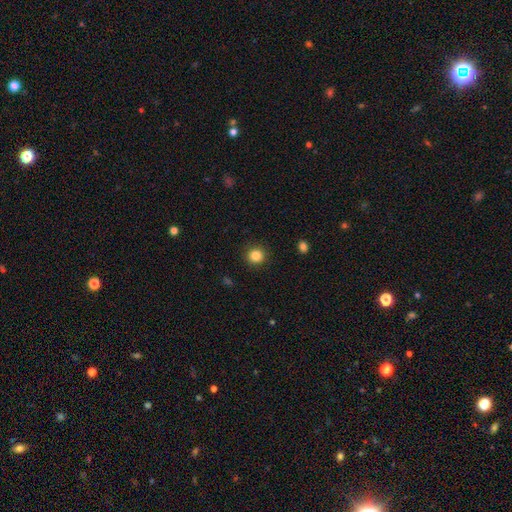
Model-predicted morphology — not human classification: Q: Smooth or featured?
A: smooth (84%); runner-up: star or artifact (11%)
Q: How rounded?
A: round (92%); runner-up: in between (7%)
Q: Merging?
A: none (92%); runner-up: minor disturbance (5%)